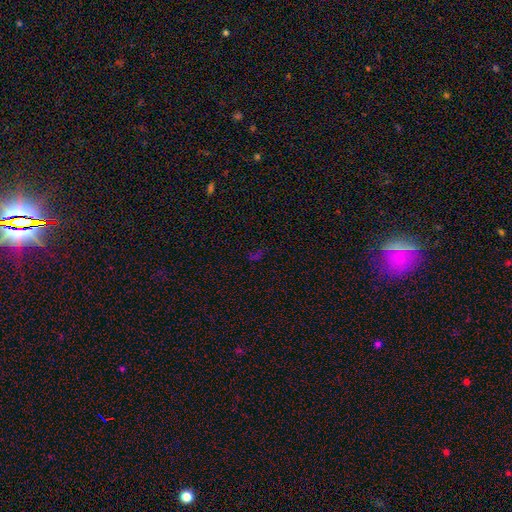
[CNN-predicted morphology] Smooth or featured: star or artifact — 59% (smooth — 31%)